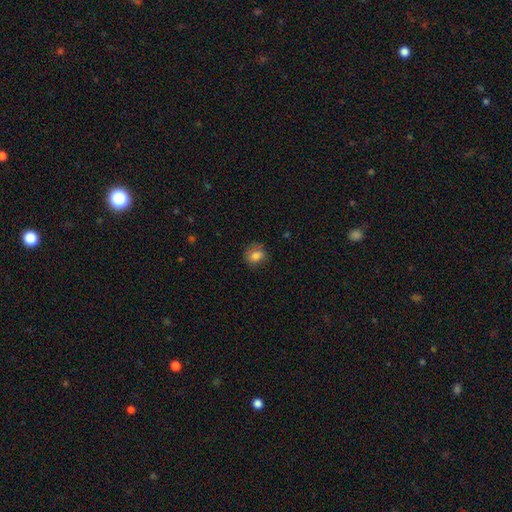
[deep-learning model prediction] smooth_or_featured: smooth (p=0.79) [alt: featured or disk p=0.11]
how_rounded: round (p=0.61) [alt: in between p=0.38]
merging: none (p=0.70) [alt: minor disturbance p=0.22]